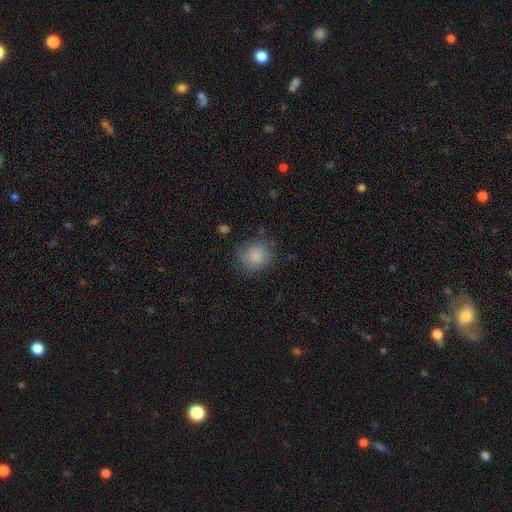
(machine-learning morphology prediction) smooth_or_featured: smooth (p=0.86) [alt: star or artifact p=0.09]
how_rounded: round (p=0.84) [alt: in between p=0.15]
merging: none (p=0.78) [alt: minor disturbance p=0.15]